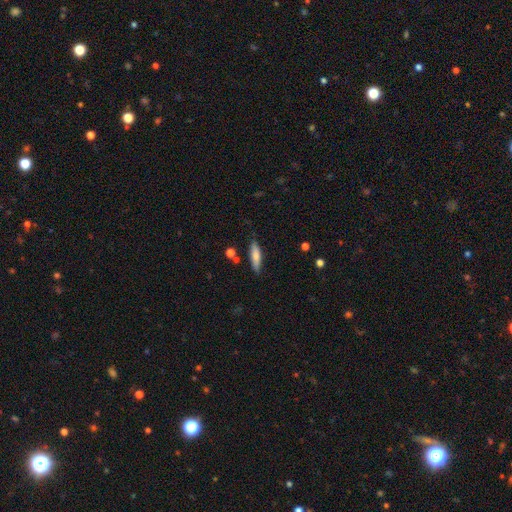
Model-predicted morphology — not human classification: type=smooth (75%); roundness=cigar-shaped (69%); merging=none (80%).